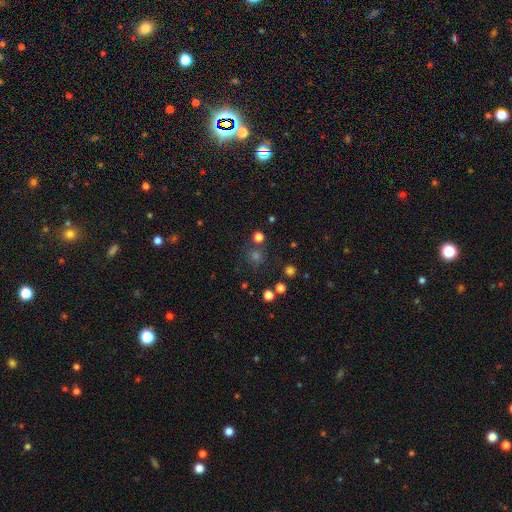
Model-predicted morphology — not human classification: The model was most divided on "smooth or featured": smooth: 51%, star or artifact: 41%, featured or disk: 8%. More confident: how rounded — round (91%); merging — none (79%).